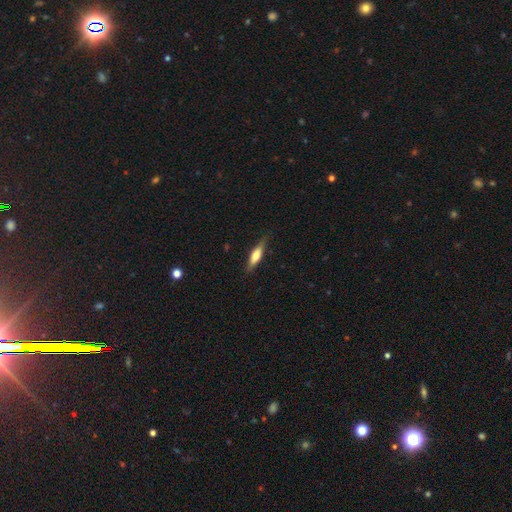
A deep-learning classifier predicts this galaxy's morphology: smooth_or_featured: smooth (p=0.50) [alt: featured or disk p=0.44]
how_rounded: cigar-shaped (p=0.69) [alt: in between p=0.29]
merging: none (p=0.83) [alt: minor disturbance p=0.14]